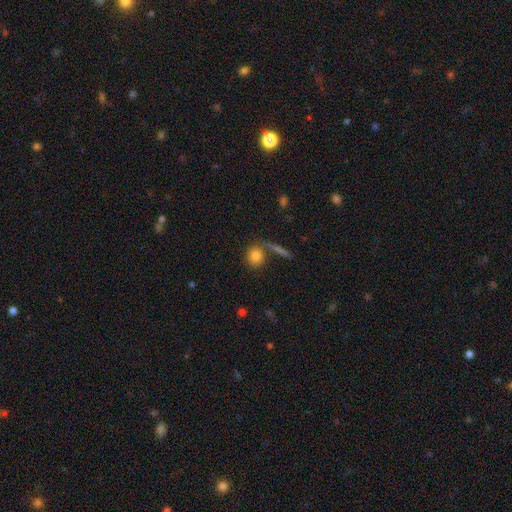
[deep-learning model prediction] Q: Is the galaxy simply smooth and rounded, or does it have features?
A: smooth — 81%.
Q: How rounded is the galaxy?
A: round — 81%.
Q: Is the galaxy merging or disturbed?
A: none — 72%.